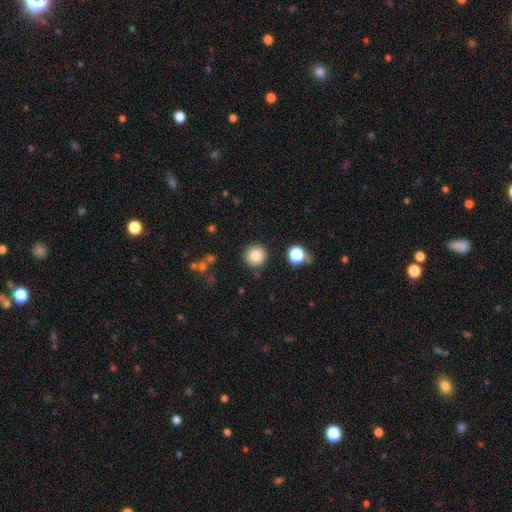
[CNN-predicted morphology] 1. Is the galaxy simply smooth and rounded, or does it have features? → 82% smooth, 11% star or artifact, 7% featured or disk.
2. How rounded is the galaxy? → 95% round, 4% in between, 1% cigar-shaped.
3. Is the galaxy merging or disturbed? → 89% none, 6% minor disturbance, 2% merger, 2% major disturbance.